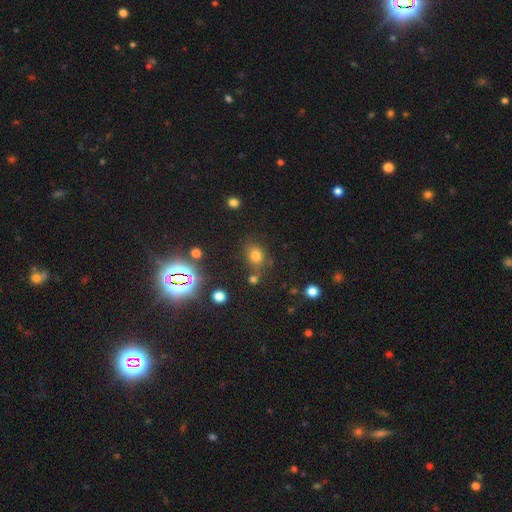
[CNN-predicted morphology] A smooth galaxy with no disk features (69%) that is round (63%). Merging: none (69%).